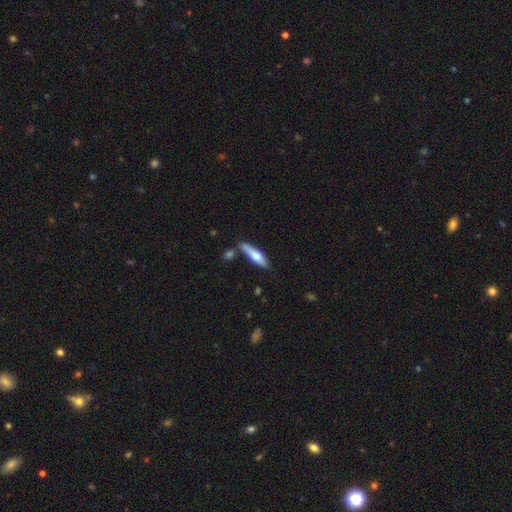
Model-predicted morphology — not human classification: The model was most divided on "smooth or featured": smooth: 60%, featured or disk: 35%, star or artifact: 5%. More confident: how rounded — cigar-shaped (73%); merging — none (70%).